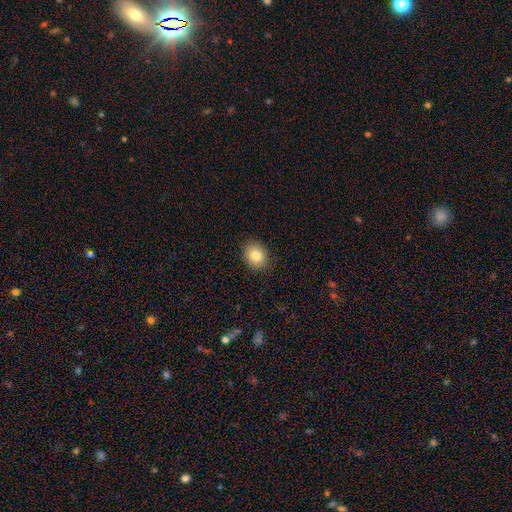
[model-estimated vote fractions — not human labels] Morphology: type=smooth (82%); roundness=round (67%); merging=none (90%).